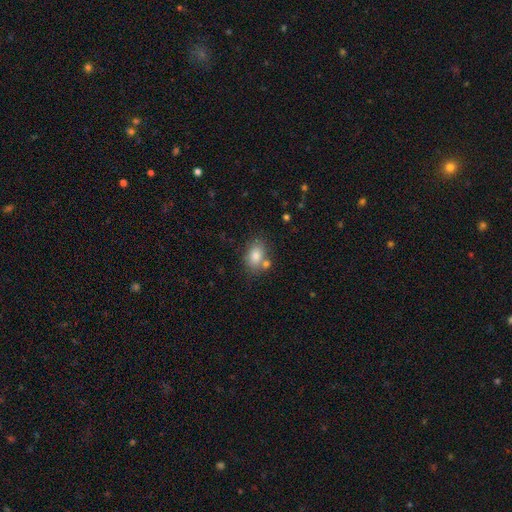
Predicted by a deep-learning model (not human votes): smooth 81%, featured or disk 10%, star or artifact 9%. Down the decision tree: how rounded — in between (79%); merging — none (64%).